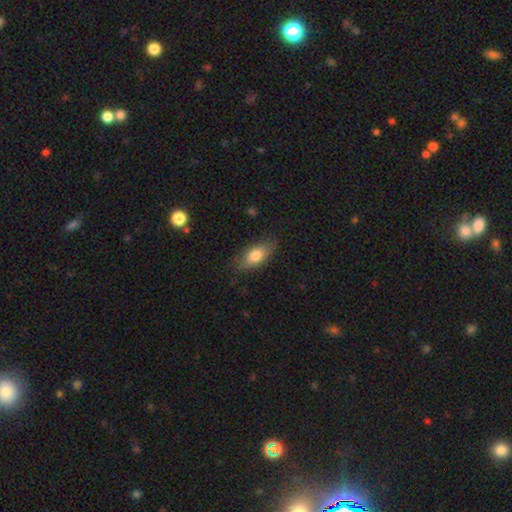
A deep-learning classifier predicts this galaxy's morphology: The model was most divided on "smooth or featured": smooth: 76%, featured or disk: 17%, star or artifact: 7%. More confident: how rounded — in between (83%); merging — none (80%).